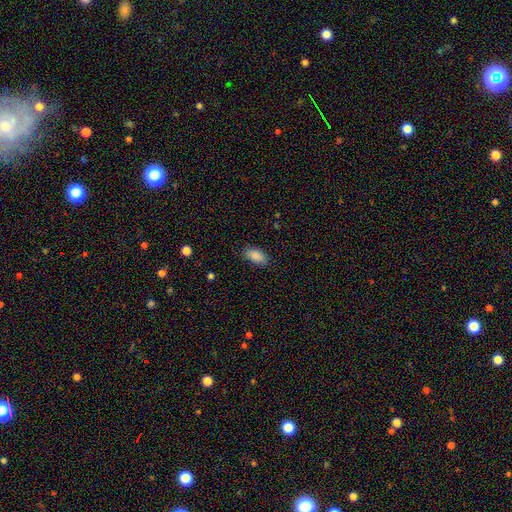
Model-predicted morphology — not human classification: A smooth galaxy with no disk features (88%) that is in between round and cigar-shaped (92%).

Vote fractions:
- Smooth or featured? smooth: 88% / star or artifact: 7% / featured or disk: 4%
- How rounded? in between: 92% / cigar-shaped: 5% / round: 3%
- Merging? none: 84% / minor disturbance: 12% / major disturbance: 3% / merger: 1%